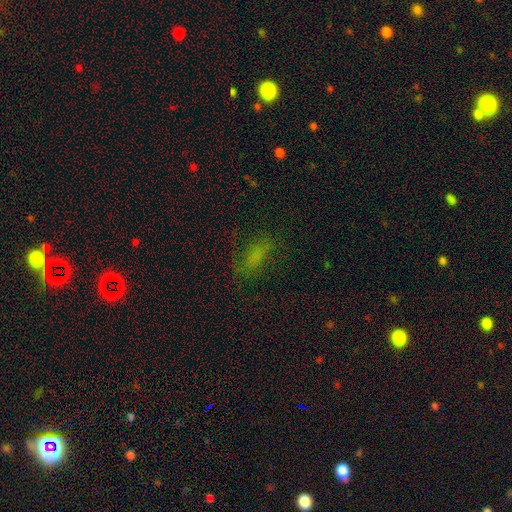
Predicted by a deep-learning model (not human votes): Smooth or featured?
  - smooth: 62% *
  - star or artifact: 22%
  - featured or disk: 15%
How rounded?
  - in between: 74% *
  - cigar-shaped: 20%
  - round: 6%
Merging?
  - none: 70% *
  - minor disturbance: 18%
  - major disturbance: 10%
  - merger: 2%